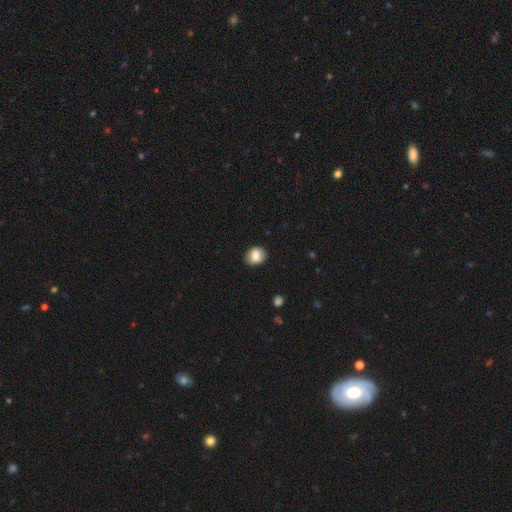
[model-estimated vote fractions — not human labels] Smooth or featured? smooth (80%)
How rounded? round (56%)
Merging? none (85%)